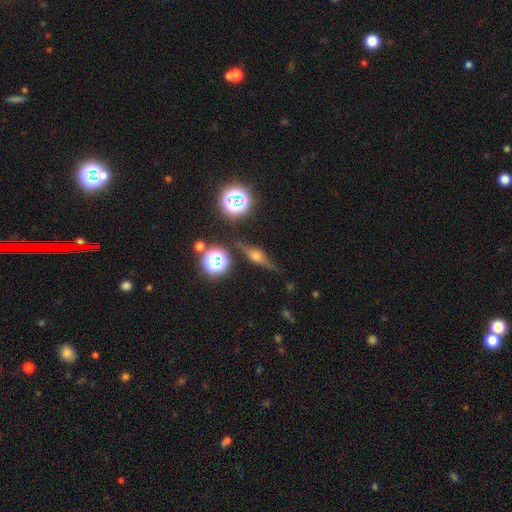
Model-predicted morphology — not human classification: A featured or disk galaxy (57%) viewed edge-on (91%) with a rounded central bulge (89%). Merging: none (83%).